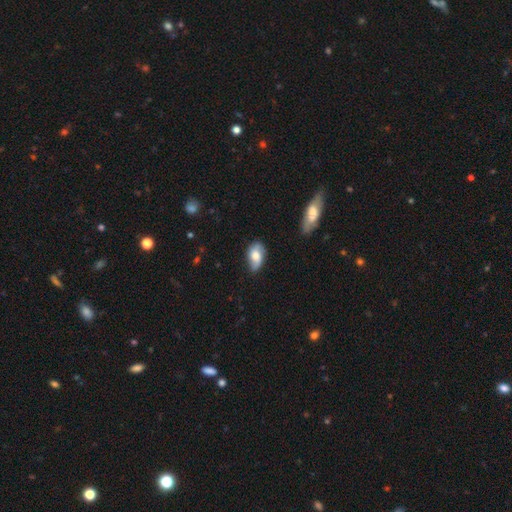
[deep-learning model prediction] Overall: featured or disk (50%; smooth 43%). Merging: none (61%; minor disturbance 28%).